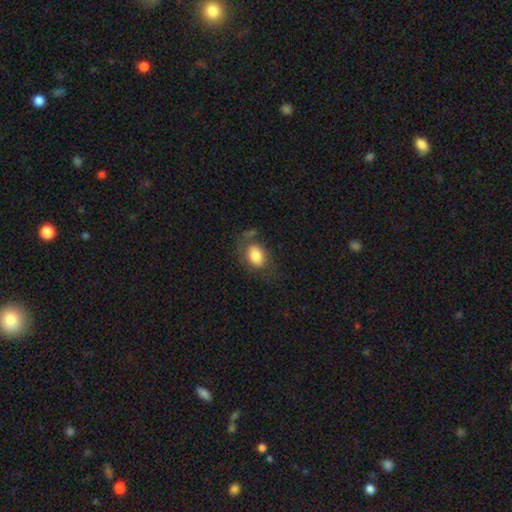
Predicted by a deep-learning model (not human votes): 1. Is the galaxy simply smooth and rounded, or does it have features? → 77% smooth, 15% featured or disk, 8% star or artifact.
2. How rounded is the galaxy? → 74% in between, 24% round, 1% cigar-shaped.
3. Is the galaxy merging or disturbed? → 53% none, 24% minor disturbance, 17% major disturbance, 6% merger.